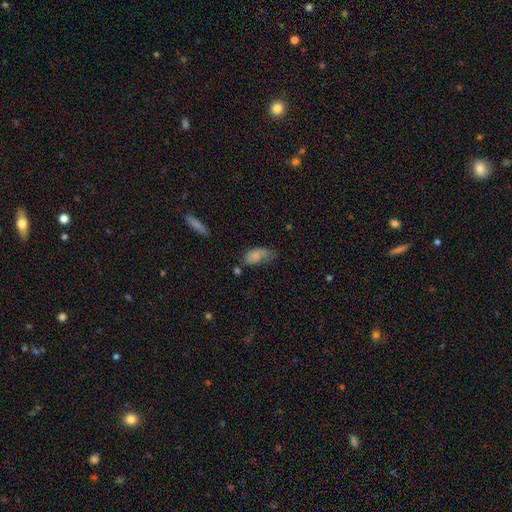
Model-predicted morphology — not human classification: This is likely a smooth galaxy (75%). How rounded: clearly in between (91%). Merging: marginally minor disturbance (36%).